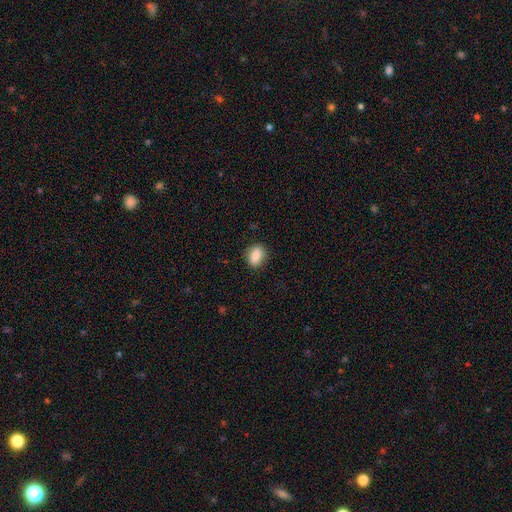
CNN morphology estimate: Smooth or featured? Predicted: smooth (p=0.83). How rounded? Predicted: in between (p=0.62). Merging? Predicted: none (p=0.84).